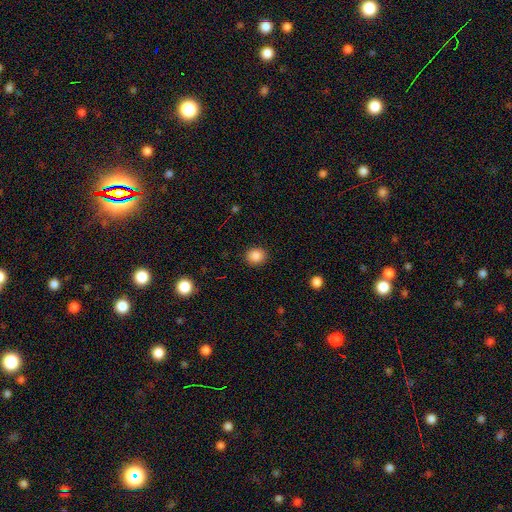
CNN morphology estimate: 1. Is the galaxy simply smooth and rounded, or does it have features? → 87% smooth, 10% star or artifact, 3% featured or disk.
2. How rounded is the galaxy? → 76% round, 23% in between, 1% cigar-shaped.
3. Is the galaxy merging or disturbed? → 90% none, 6% minor disturbance, 2% major disturbance, 1% merger.